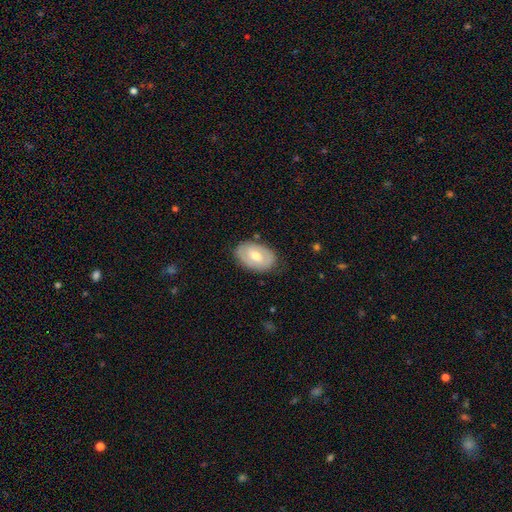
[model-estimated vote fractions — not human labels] A featured or disk galaxy (51%). Merging: none (81%).